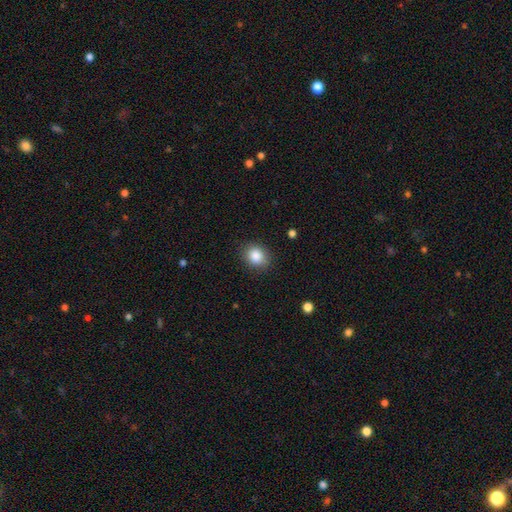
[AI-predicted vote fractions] Overall: smooth (86%). How rounded: round (59%; in between 40%). Merging: none (86%).